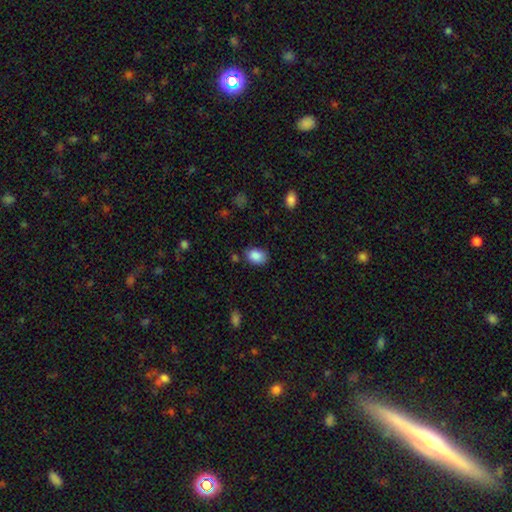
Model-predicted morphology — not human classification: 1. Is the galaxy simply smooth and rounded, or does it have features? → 87% smooth, 8% star or artifact, 4% featured or disk.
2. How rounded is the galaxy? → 77% in between, 22% round, 1% cigar-shaped.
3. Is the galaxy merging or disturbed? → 76% none, 17% minor disturbance, 4% major disturbance, 3% merger.